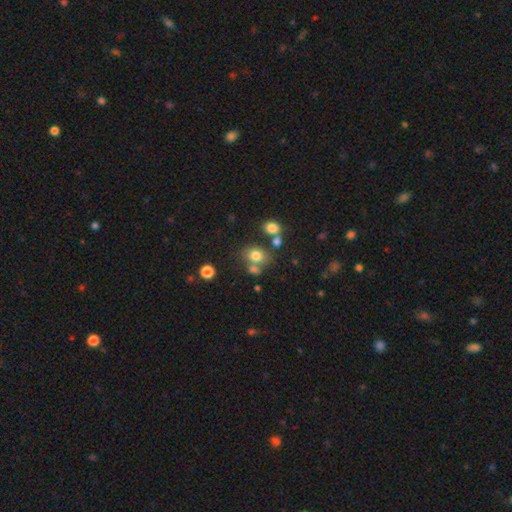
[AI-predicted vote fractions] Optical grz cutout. It shows a smooth galaxy with no disk features (76%) that is round (52%). Merging: none (57%).